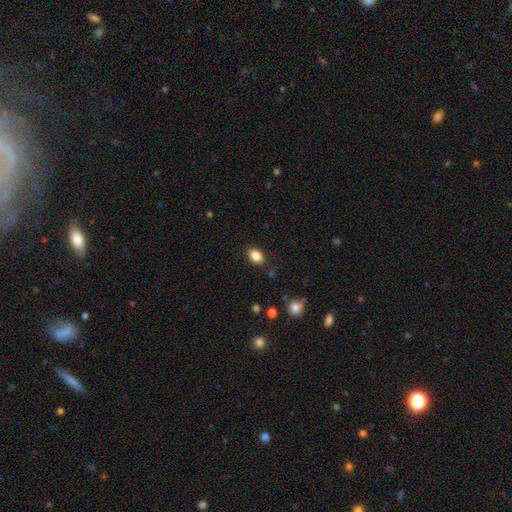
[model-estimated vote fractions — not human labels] smooth-or-featured: smooth: 85% | star or artifact: 9% | featured or disk: 5%
  how-rounded: in between: 81% | round: 17% | cigar-shaped: 1%
  merging: none: 86% | minor disturbance: 10% | major disturbance: 2% | merger: 1%